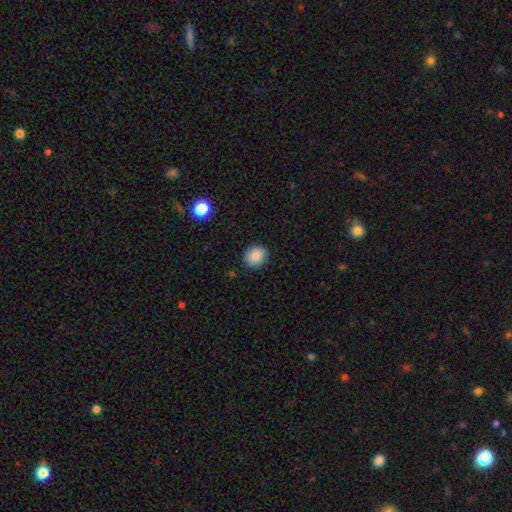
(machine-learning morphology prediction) Overall: smooth (85%). How rounded: round (67%; in between 32%). Merging: none (88%).